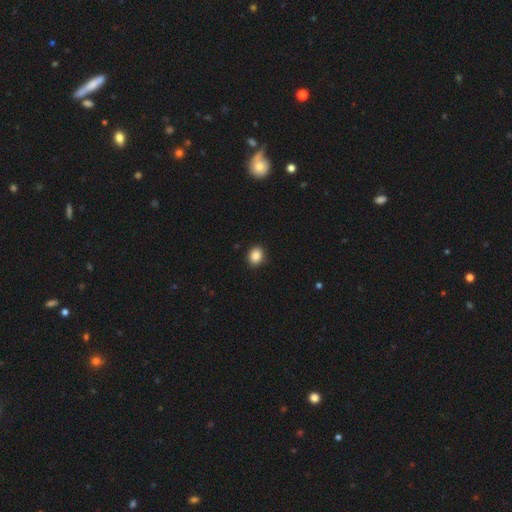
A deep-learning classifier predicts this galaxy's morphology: Overall: smooth (88%). How rounded: in between (53%; round 47%). Merging: none (90%).